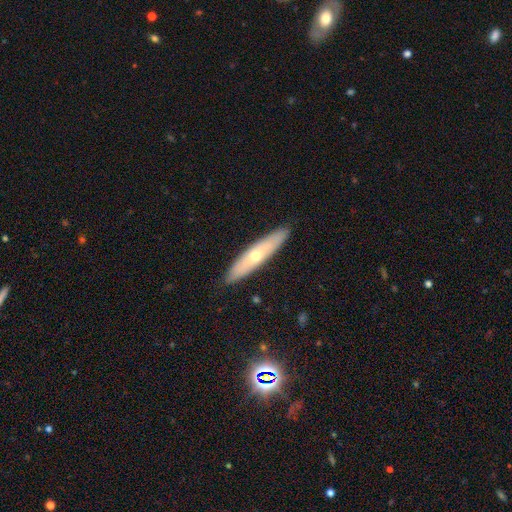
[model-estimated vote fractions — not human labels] Overall: smooth (49%; featured or disk 46%). Merging: none (89%).